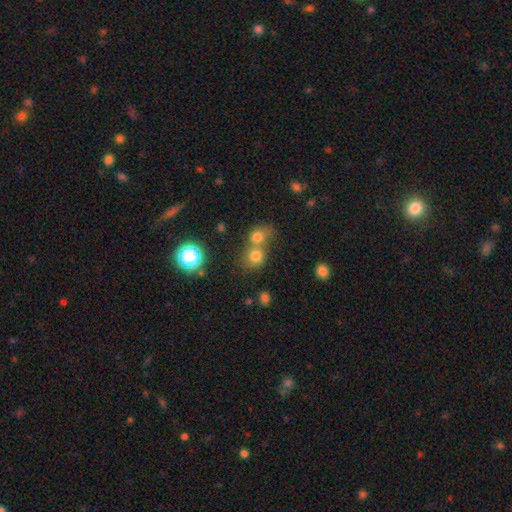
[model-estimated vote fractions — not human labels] A smooth galaxy with no disk features (75%) that is round (80%). Merging: merger (50%).